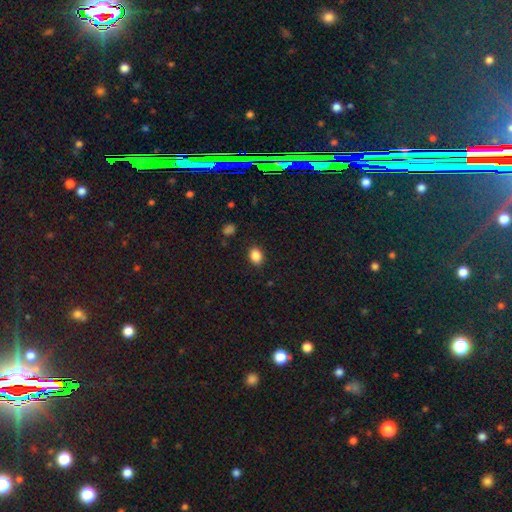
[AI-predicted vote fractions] Morphology: type=smooth (86%); roundness=in between (69%); merging=none (87%).